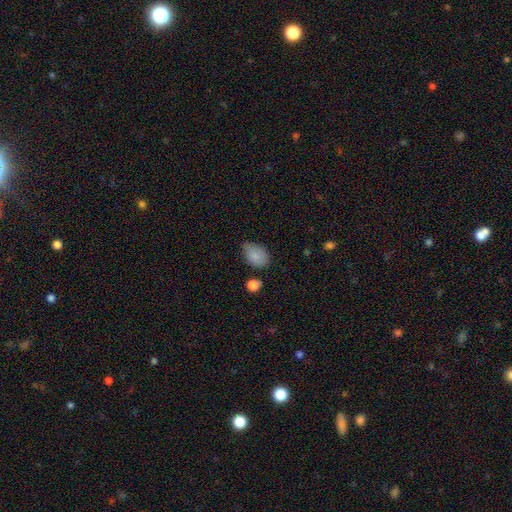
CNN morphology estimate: This appears to be a smooth galaxy with no disk features (85%) that is in between round and cigar-shaped (84%). Merging: none (54%).